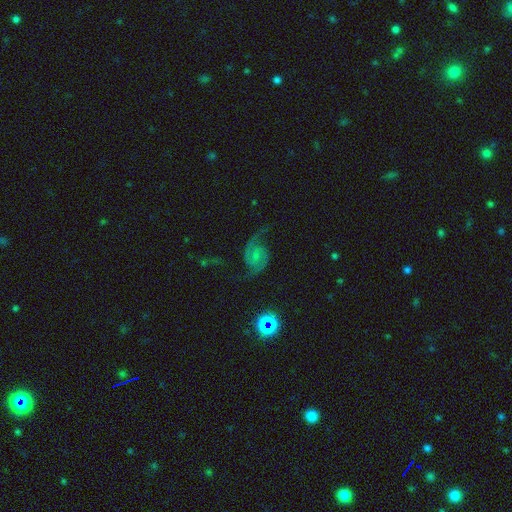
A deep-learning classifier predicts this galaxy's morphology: type=featured or disk (84%); edge-on=no (98%); bar=no (51%); spiral arms=yes (97%); winding=medium (47%); arm count=2 (93%); bulge=small (43%); merging=none (68%).